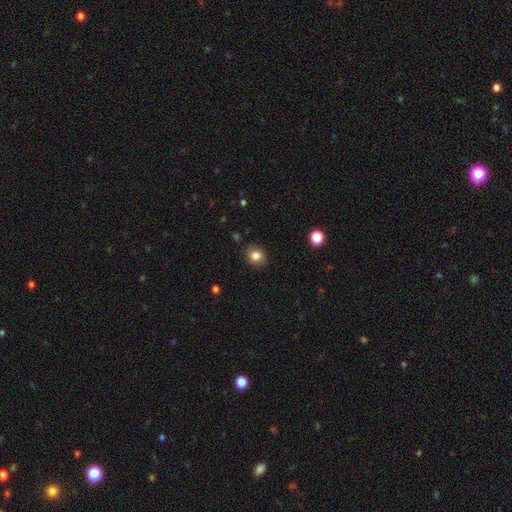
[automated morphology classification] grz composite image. It shows a smooth galaxy with no disk features (83%) that is round (80%). Merging: none (87%).